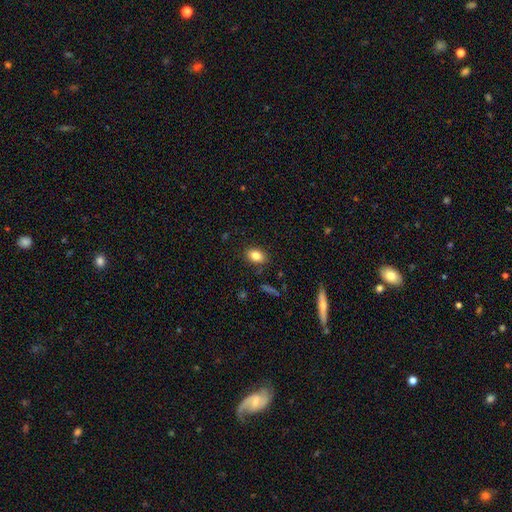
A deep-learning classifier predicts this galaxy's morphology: smooth_or_featured: smooth (p=0.83) [alt: star or artifact p=0.09]
how_rounded: in between (p=0.81) [alt: round p=0.17]
merging: none (p=0.85) [alt: minor disturbance p=0.10]